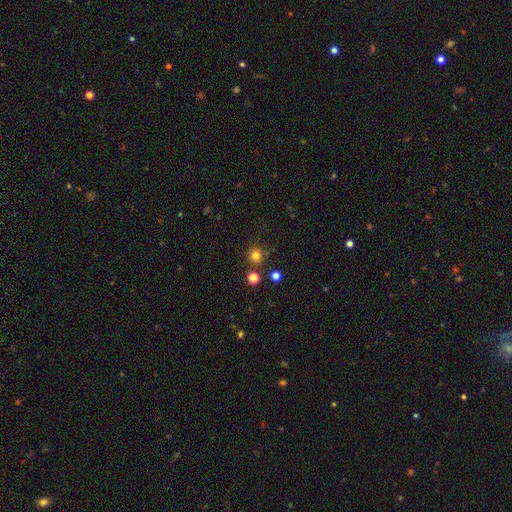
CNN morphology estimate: Smooth or featured? smooth (78%)
How rounded? round (92%)
Merging? none (82%)